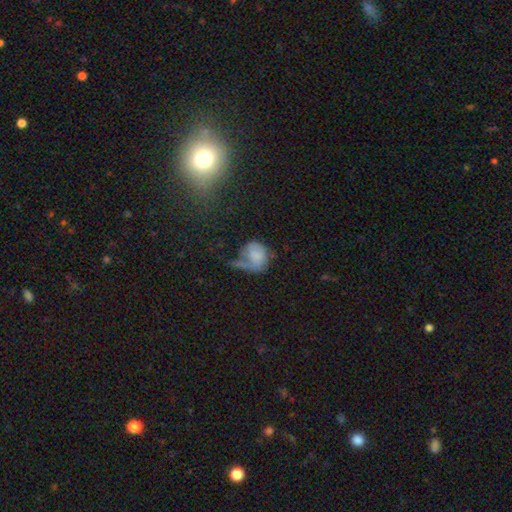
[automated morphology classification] smooth_or_featured: smooth (p=0.62) [alt: featured or disk p=0.29]
how_rounded: round (p=0.57) [alt: in between p=0.42]
merging: major disturbance (p=0.43) [alt: minor disturbance p=0.26]